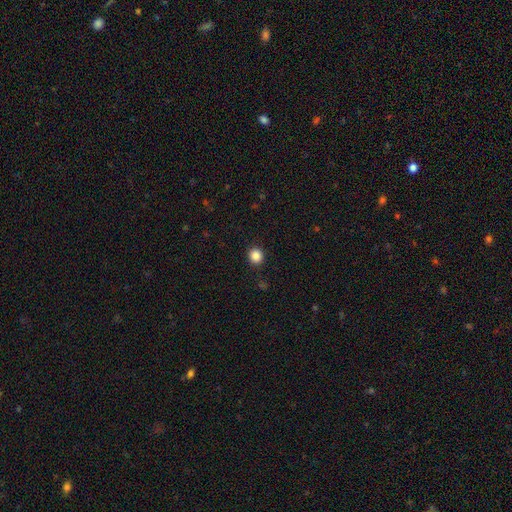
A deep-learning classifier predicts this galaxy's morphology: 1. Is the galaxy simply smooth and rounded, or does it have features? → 86% smooth, 11% star or artifact, 4% featured or disk.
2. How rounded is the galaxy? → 90% round, 9% in between, 1% cigar-shaped.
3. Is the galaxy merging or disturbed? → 91% none, 6% minor disturbance, 2% major disturbance, 1% merger.